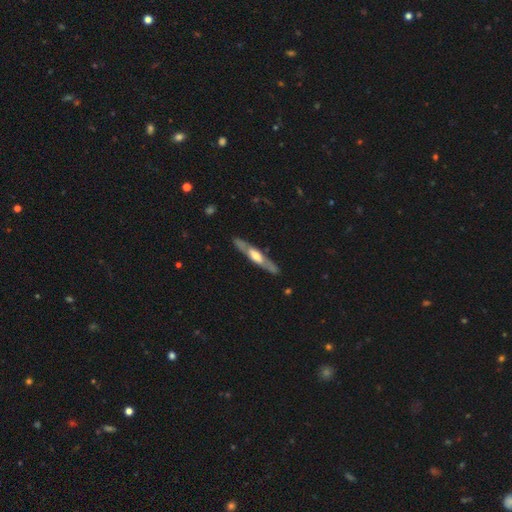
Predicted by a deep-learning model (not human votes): Smooth or featured: featured or disk — 65% (smooth — 30%)
Edge-on disk: yes — 75% (no — 25%)
Merging: none — 85% (minor disturbance — 11%)